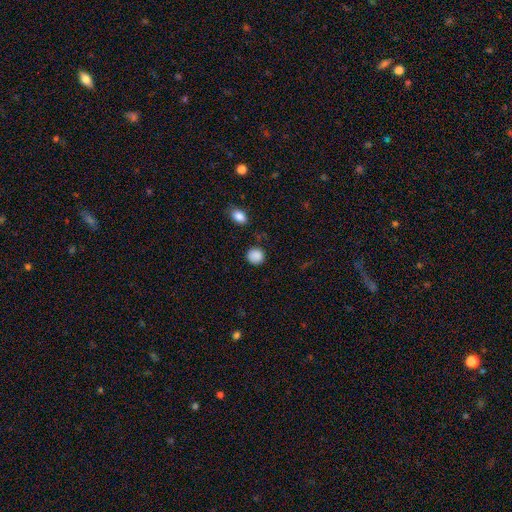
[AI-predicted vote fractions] Smooth or featured? smooth (88%)
How rounded? round (90%)
Merging? none (85%)